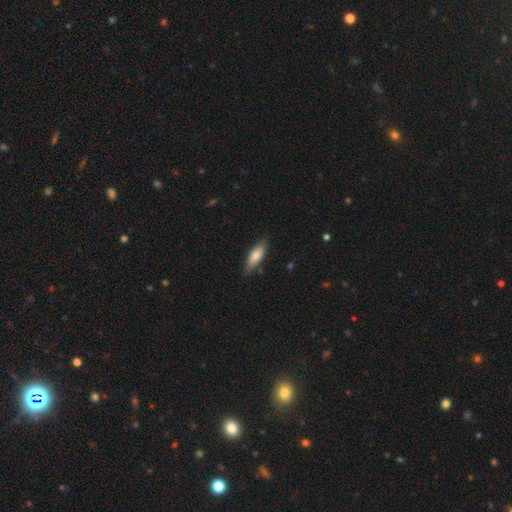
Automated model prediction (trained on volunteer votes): This is likely a smooth galaxy (78%). How rounded: possibly in between (58%). Merging: clearly none (81%).